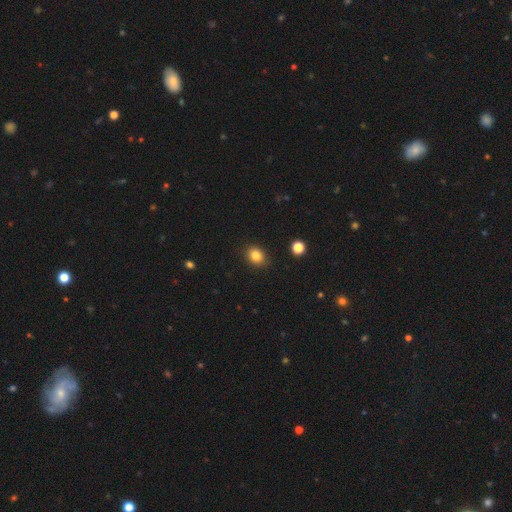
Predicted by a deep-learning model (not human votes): Q: Smooth or featured?
A: smooth (83%); runner-up: star or artifact (11%)
Q: How rounded?
A: round (51%); runner-up: in between (48%)
Q: Merging?
A: none (87%); runner-up: minor disturbance (10%)